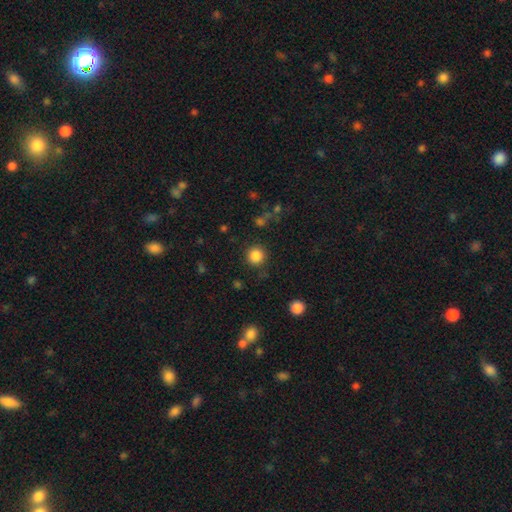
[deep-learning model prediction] This is clearly a smooth galaxy (85%). How rounded: clearly round (94%). Merging: clearly none (87%).